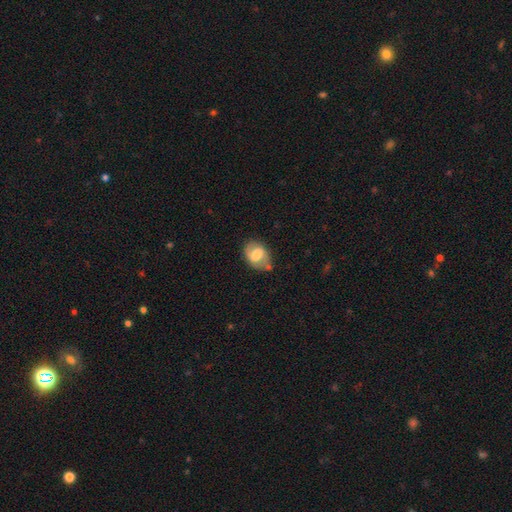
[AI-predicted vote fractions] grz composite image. It shows a smooth galaxy with no disk features (48%). Merging: none (63%).